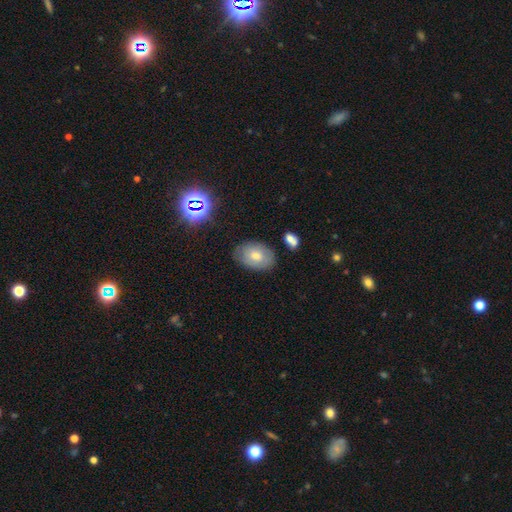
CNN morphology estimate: Smooth or featured? Predicted: smooth (p=0.61). How rounded? Predicted: in between (p=0.80). Merging? Predicted: none (p=0.79).